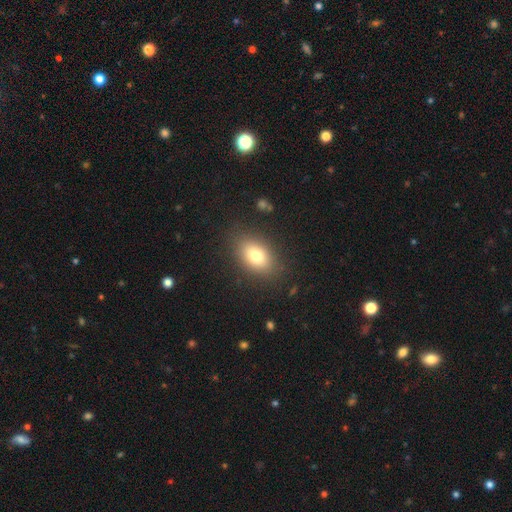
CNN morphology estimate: Smooth or featured?
  - smooth: 77% *
  - featured or disk: 13%
  - star or artifact: 10%
How rounded?
  - in between: 83% *
  - round: 15%
  - cigar-shaped: 2%
Merging?
  - none: 84% *
  - minor disturbance: 10%
  - major disturbance: 4%
  - merger: 1%